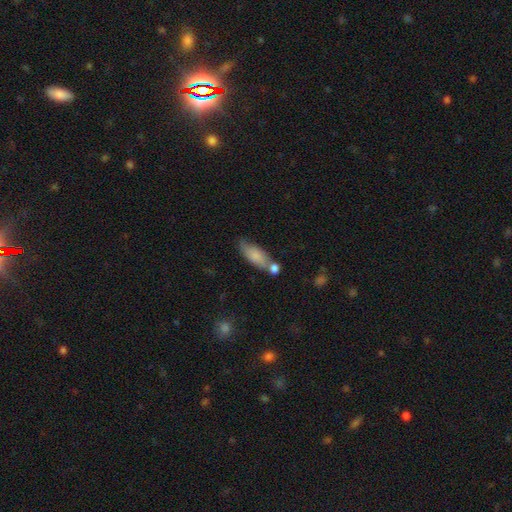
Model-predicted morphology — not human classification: A smooth galaxy with no disk features (78%) that is in between round and cigar-shaped (72%). Merging: none (49%).